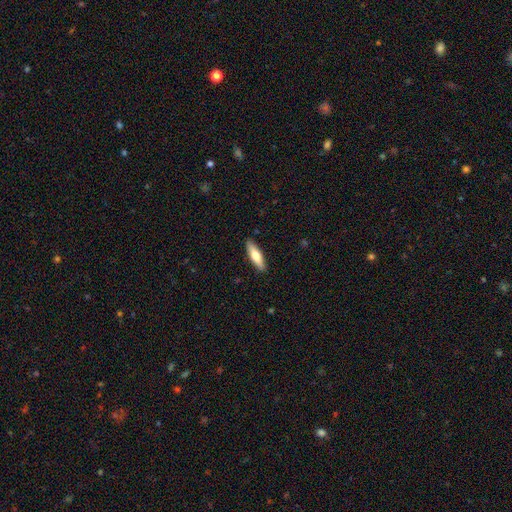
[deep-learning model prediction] Q: Smooth or featured?
A: smooth (66%); runner-up: featured or disk (29%)
Q: How rounded?
A: cigar-shaped (58%); runner-up: in between (40%)
Q: Merging?
A: none (90%); runner-up: minor disturbance (8%)